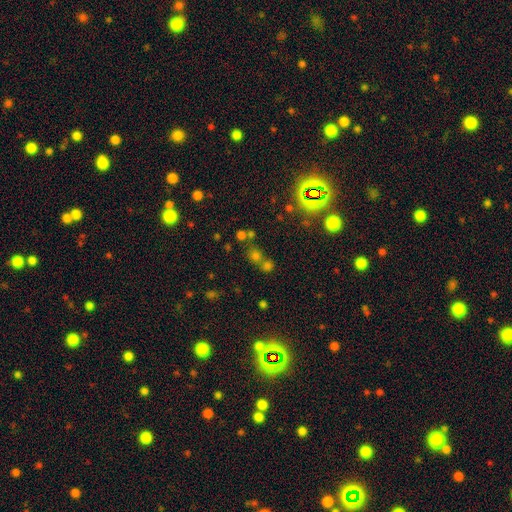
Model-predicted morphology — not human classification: Q: Smooth or featured?
A: star or artifact (52%); runner-up: smooth (38%)